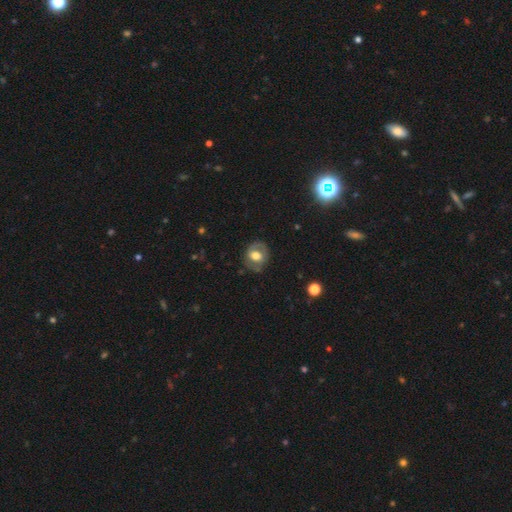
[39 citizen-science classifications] Q: Smooth or featured?
A: smooth (64%); runner-up: featured or disk (28%)
Q: How rounded?
A: in between (56%); runner-up: round (44%)
Q: Merging?
A: none (83%); runner-up: minor disturbance (14%)